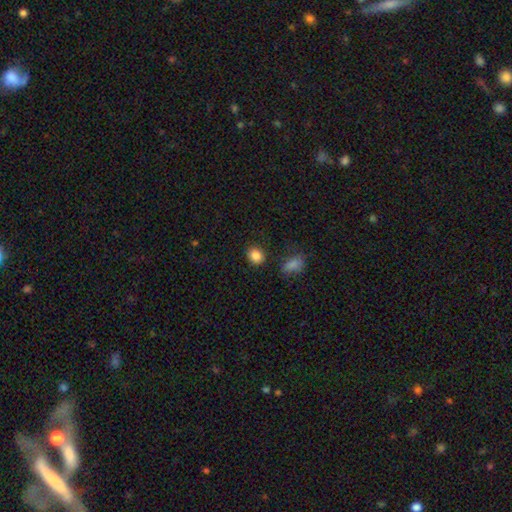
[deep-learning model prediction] smooth 86%, star or artifact 10%, featured or disk 4%. Down the decision tree: how rounded — round (57%); merging — none (84%).